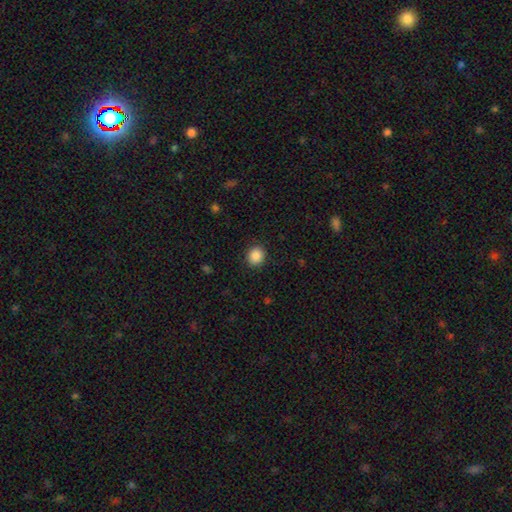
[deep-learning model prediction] Smooth or featured? Predicted: smooth (p=0.88). How rounded? Predicted: round (p=0.80). Merging? Predicted: none (p=0.90).